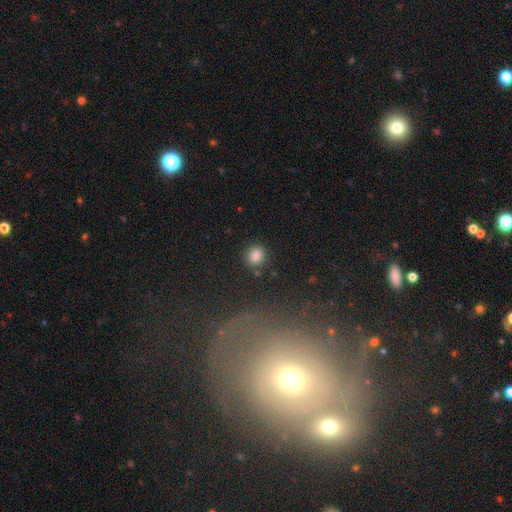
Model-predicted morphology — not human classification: smooth 84%, star or artifact 11%, featured or disk 5%. Down the decision tree: how rounded — round (79%); merging — none (82%).